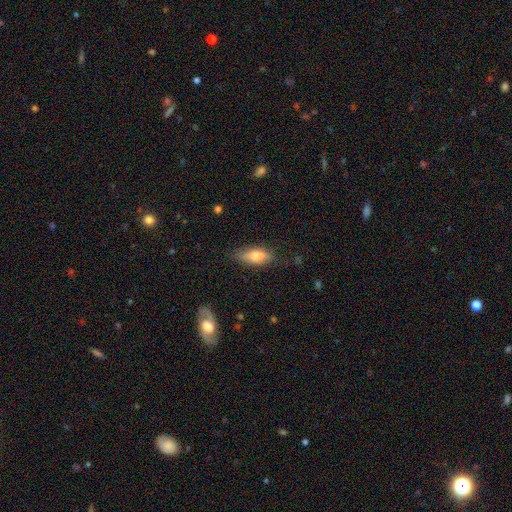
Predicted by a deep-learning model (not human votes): smooth_or_featured: smooth (p=0.67) [alt: featured or disk p=0.26]
how_rounded: in between (p=0.70) [alt: cigar-shaped p=0.27]
merging: none (p=0.75) [alt: minor disturbance p=0.19]